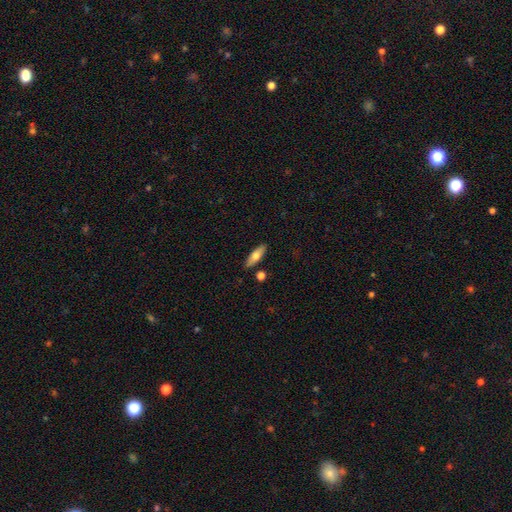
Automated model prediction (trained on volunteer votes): Overall: smooth (66%; featured or disk 28%). How rounded: in between (50%; cigar-shaped 47%). Merging: none (86%).